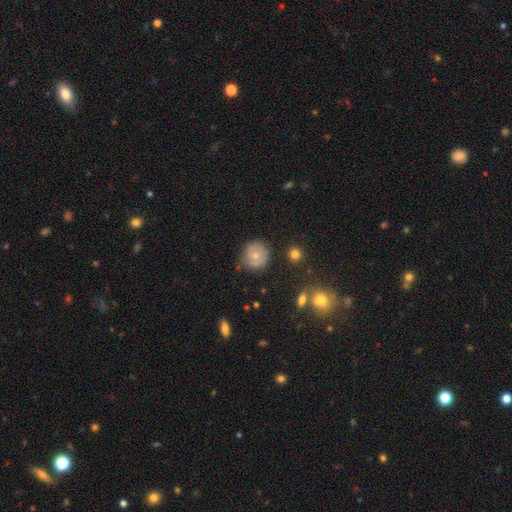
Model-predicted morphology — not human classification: smooth_or_featured: smooth (p=0.61) [alt: featured or disk p=0.30]
how_rounded: round (p=0.89) [alt: in between p=0.10]
merging: none (p=0.79) [alt: minor disturbance p=0.16]